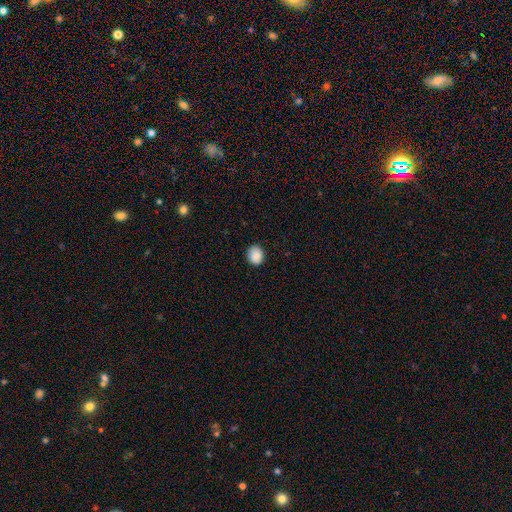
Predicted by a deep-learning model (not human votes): This appears to be a smooth galaxy with no disk features (89%) that is round (70%). Merging: none (88%).